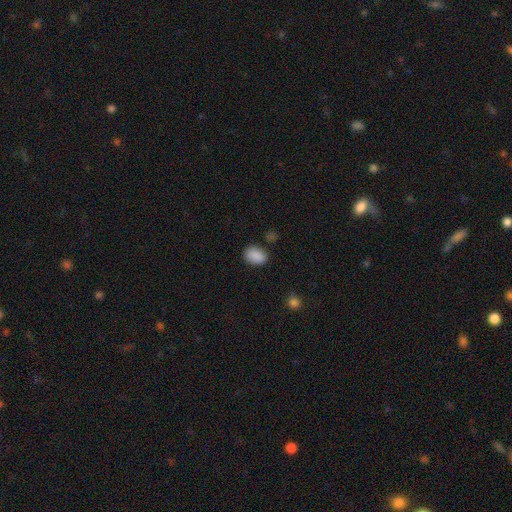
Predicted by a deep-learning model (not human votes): A smooth galaxy with no disk features (88%) that is in between round and cigar-shaped (80%). Merging: none (82%).